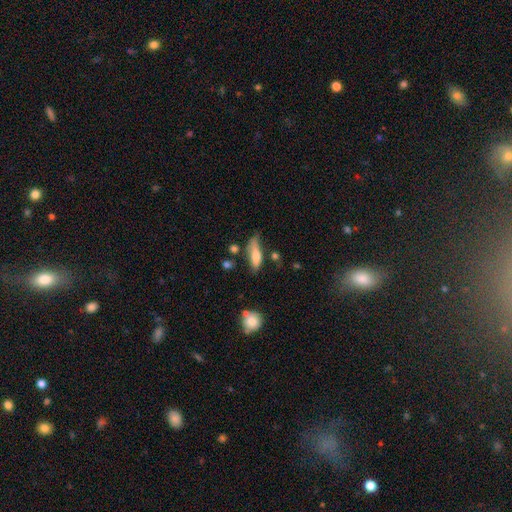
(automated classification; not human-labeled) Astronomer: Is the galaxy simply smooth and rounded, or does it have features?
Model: smooth — 73%.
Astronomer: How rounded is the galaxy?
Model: in between — 50% (runner-up: cigar-shaped, 47%).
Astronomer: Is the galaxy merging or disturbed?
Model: none — 44% (runner-up: minor disturbance, 35%).